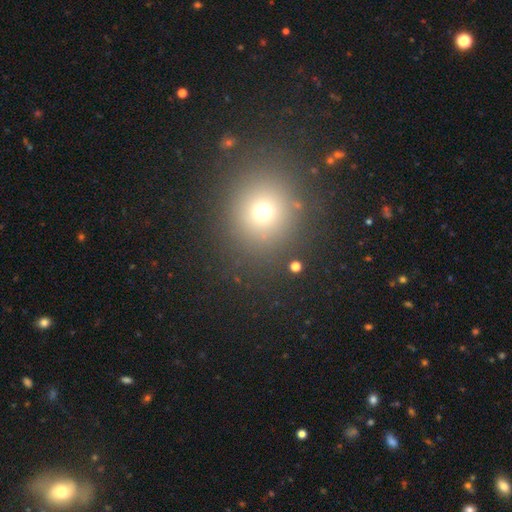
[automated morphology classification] A smooth galaxy with no disk features (64%) that is round (85%). Merging: none (88%).